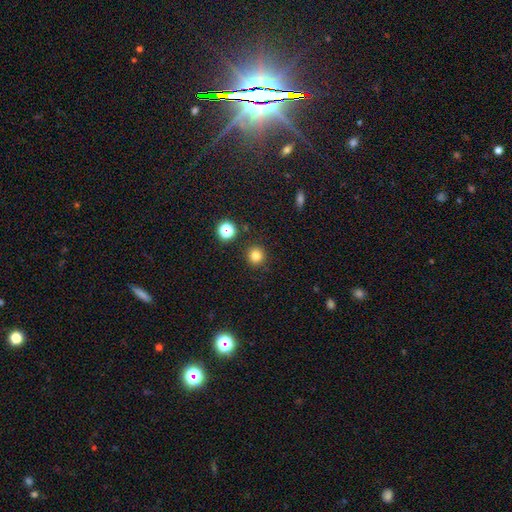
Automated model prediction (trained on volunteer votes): A smooth galaxy with no disk features (81%) that is round (94%).

Vote fractions:
- Smooth or featured? smooth: 81% / star or artifact: 14% / featured or disk: 5%
- How rounded? round: 94% / in between: 5% / cigar-shaped: 1%
- Merging? none: 90% / minor disturbance: 6% / merger: 2% / major disturbance: 2%